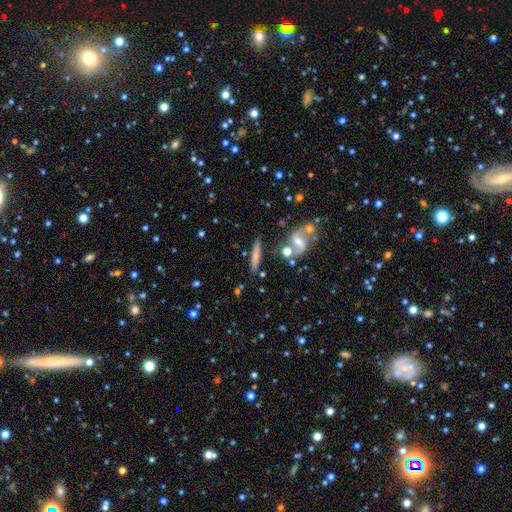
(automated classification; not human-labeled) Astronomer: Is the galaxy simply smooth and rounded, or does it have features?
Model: smooth — 58% (runner-up: featured or disk, 34%).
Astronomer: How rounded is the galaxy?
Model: cigar-shaped — 86%.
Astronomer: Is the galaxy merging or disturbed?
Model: none — 74%.